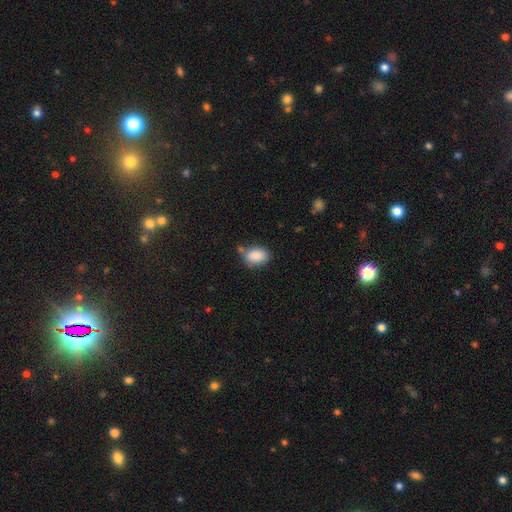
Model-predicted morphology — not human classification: Smooth or featured?
  - smooth: 87% *
  - star or artifact: 8%
  - featured or disk: 5%
How rounded?
  - in between: 83% *
  - round: 16%
  - cigar-shaped: 1%
Merging?
  - none: 62% *
  - minor disturbance: 23%
  - merger: 9%
  - major disturbance: 5%